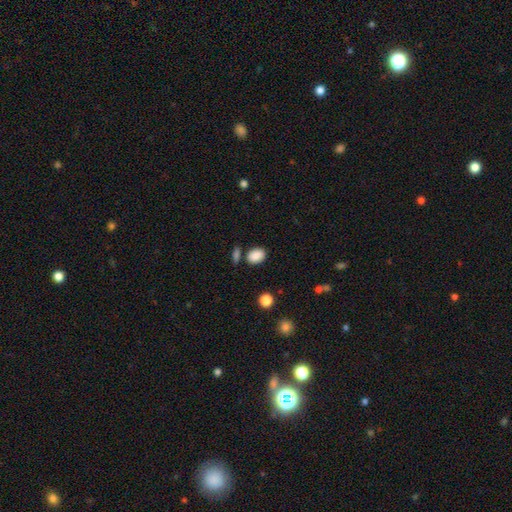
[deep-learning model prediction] This is clearly a smooth galaxy (88%). How rounded: likely in between (73%). Merging: likely none (76%).